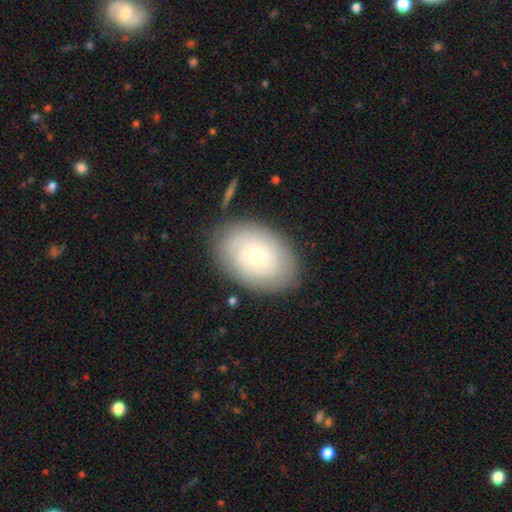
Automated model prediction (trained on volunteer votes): smooth-or-featured: smooth: 49% | featured or disk: 44% | star or artifact: 7%
  merging: none: 80% | minor disturbance: 13% | major disturbance: 4% | merger: 2%